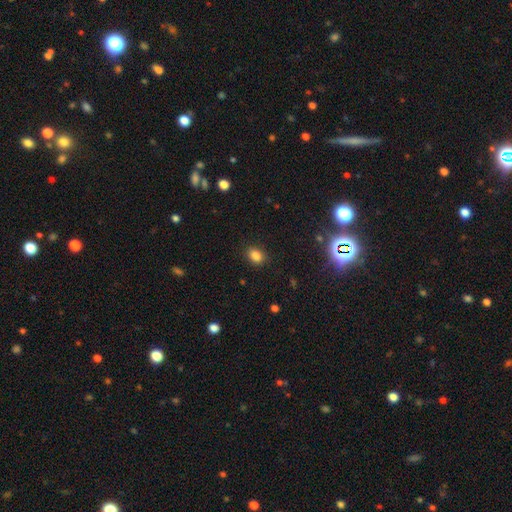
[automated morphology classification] Smooth or featured: smooth — 83% (star or artifact — 12%)
How rounded: in between — 59% (round — 40%)
Merging: none — 88% (minor disturbance — 9%)